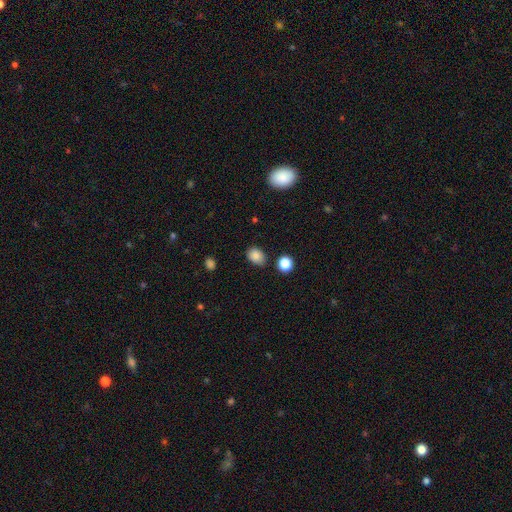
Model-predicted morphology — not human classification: smooth 85%, star or artifact 10%, featured or disk 4%. Down the decision tree: how rounded — in between (67%); merging — none (75%).